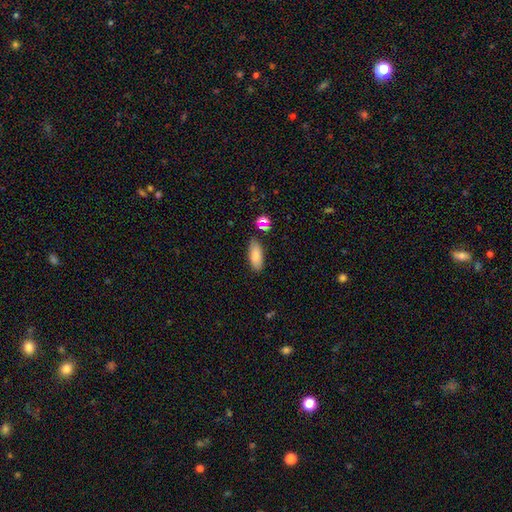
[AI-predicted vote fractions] smooth-or-featured: smooth: 83% | star or artifact: 9% | featured or disk: 8%
  how-rounded: in between: 75% | cigar-shaped: 23% | round: 3%
  merging: none: 81% | minor disturbance: 12% | merger: 4% | major disturbance: 3%